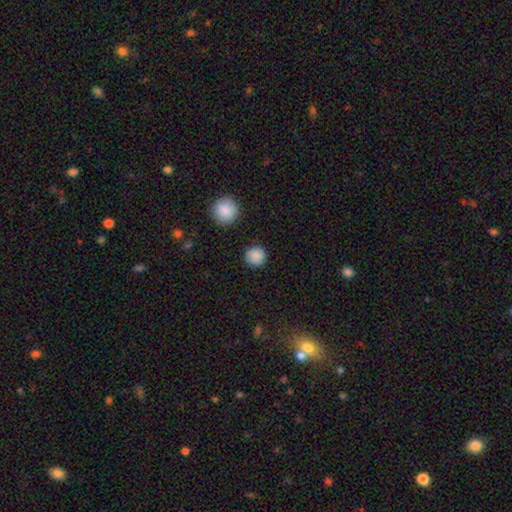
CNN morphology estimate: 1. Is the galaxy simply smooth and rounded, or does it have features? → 87% smooth, 9% star or artifact, 4% featured or disk.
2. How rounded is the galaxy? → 93% round, 6% in between, 1% cigar-shaped.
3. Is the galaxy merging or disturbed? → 87% none, 8% minor disturbance, 3% major disturbance, 2% merger.